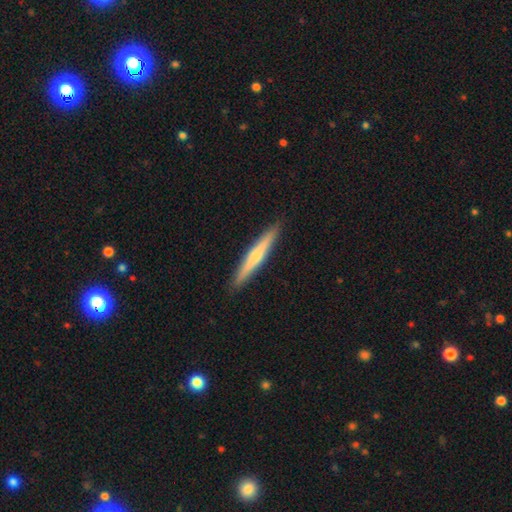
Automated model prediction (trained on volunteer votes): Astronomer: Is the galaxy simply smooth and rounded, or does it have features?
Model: featured or disk — 48% (runner-up: smooth, 47%).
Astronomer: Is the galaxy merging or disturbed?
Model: none — 92%.